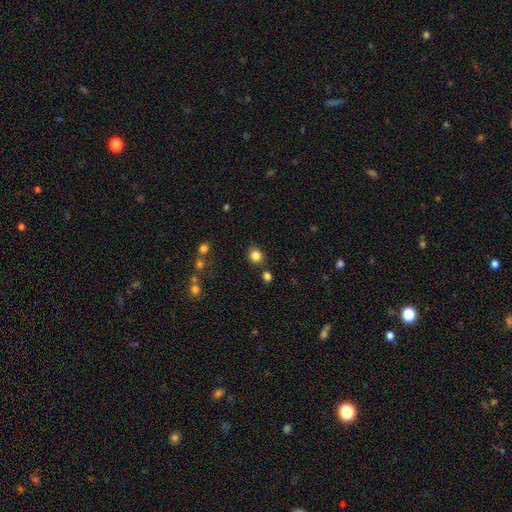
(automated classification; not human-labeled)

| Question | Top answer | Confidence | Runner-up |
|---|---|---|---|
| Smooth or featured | smooth | 84% | star or artifact (12%) |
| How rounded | round | 82% | in between (17%) |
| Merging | none | 83% | minor disturbance (9%) |